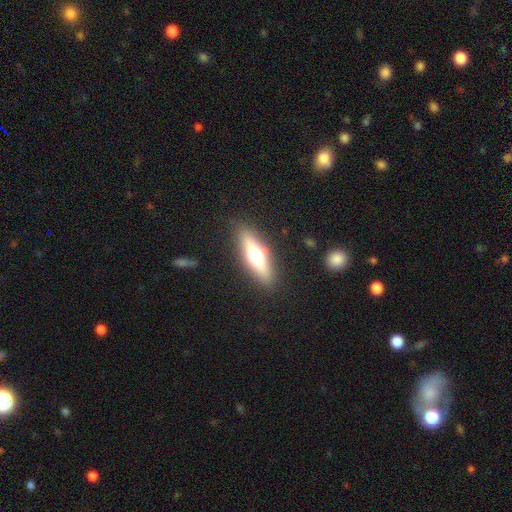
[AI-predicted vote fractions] The model was most divided on "smooth or featured": featured or disk: 50%, smooth: 42%, star or artifact: 8%. More confident: edge-on disk — yes (87%); merging — none (87%).